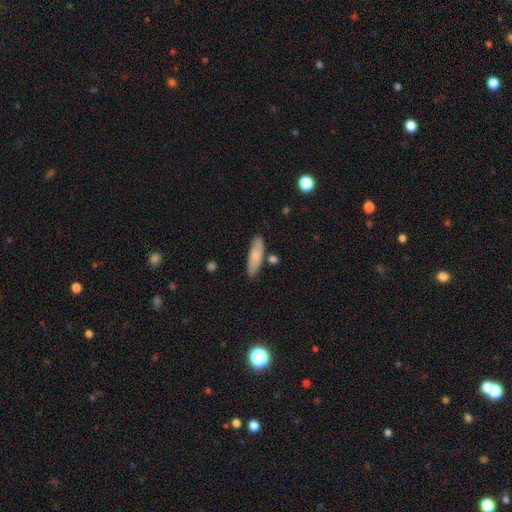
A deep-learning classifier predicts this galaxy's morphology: smooth 79%, featured or disk 15%, star or artifact 6%. Down the decision tree: how rounded — cigar-shaped (60%); merging — none (79%).